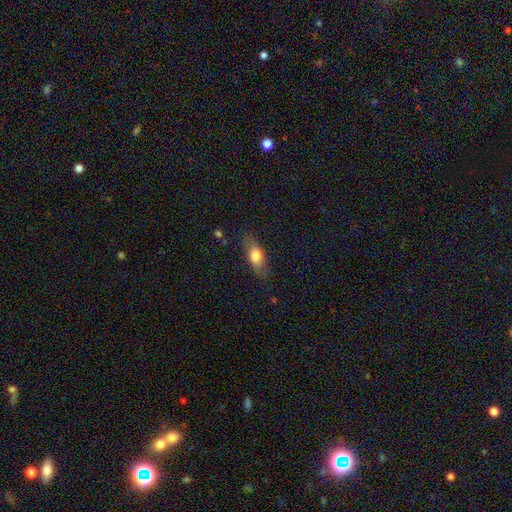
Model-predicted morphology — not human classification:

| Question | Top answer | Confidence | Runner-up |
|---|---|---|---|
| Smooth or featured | smooth | 71% | featured or disk (22%) |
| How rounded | in between | 76% | cigar-shaped (20%) |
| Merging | none | 77% | minor disturbance (17%) |